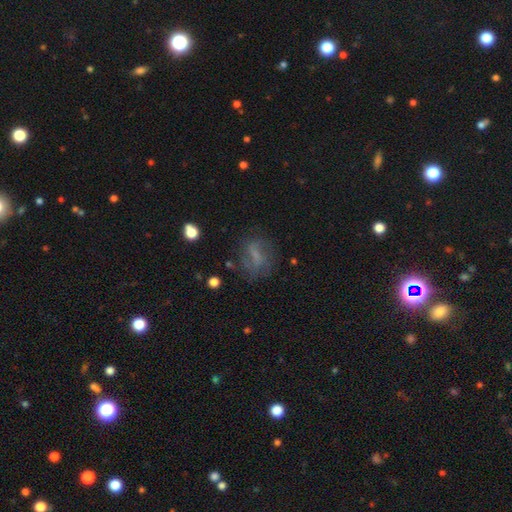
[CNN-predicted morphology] A featured or disk galaxy (46%).

Vote fractions:
- Smooth or featured? featured or disk: 46% / smooth: 39% / star or artifact: 15%
- Merging? none: 63% / minor disturbance: 20% / major disturbance: 15% / merger: 3%